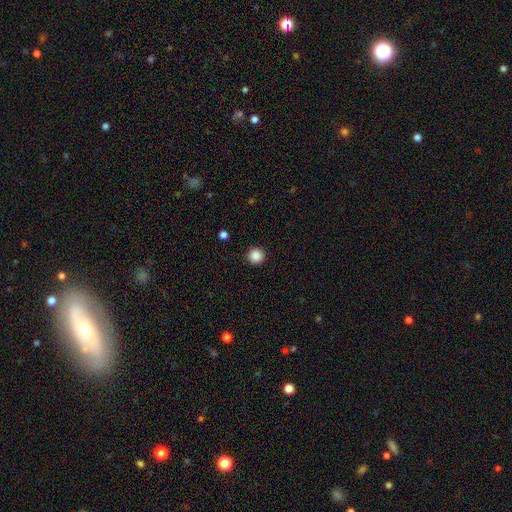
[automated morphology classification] Smooth or featured: smooth — 87% (star or artifact — 10%)
How rounded: round — 96% (in between — 3%)
Merging: none — 93% (minor disturbance — 4%)